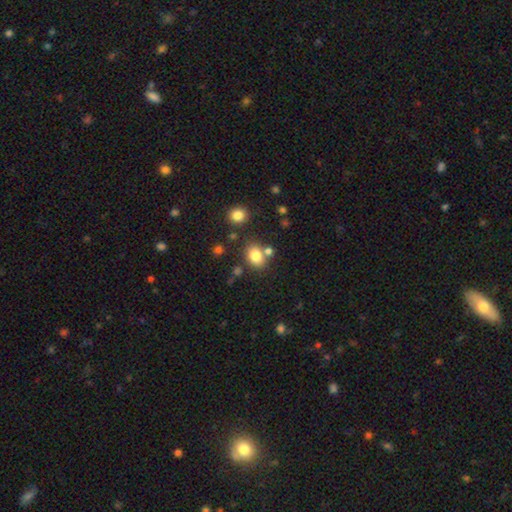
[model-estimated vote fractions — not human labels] Smooth or featured?
  - smooth: 81% *
  - star or artifact: 11%
  - featured or disk: 8%
How rounded?
  - in between: 61% *
  - round: 38%
  - cigar-shaped: 1%
Merging?
  - none: 67% *
  - merger: 16%
  - minor disturbance: 13%
  - major disturbance: 4%